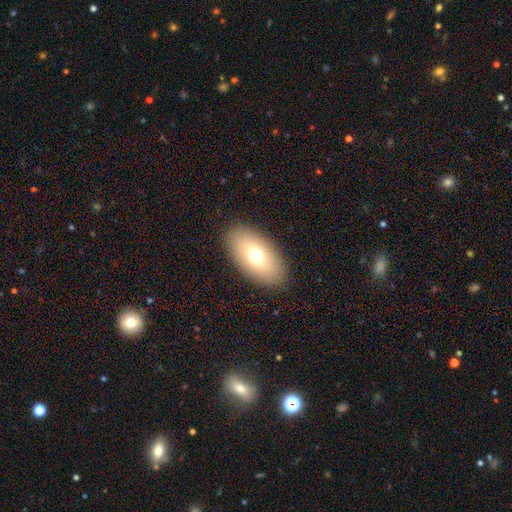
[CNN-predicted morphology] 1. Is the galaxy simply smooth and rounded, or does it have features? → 69% smooth, 21% featured or disk, 10% star or artifact.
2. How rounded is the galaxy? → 91% in between, 7% round, 2% cigar-shaped.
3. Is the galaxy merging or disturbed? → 87% none, 9% minor disturbance, 4% major disturbance, 1% merger.